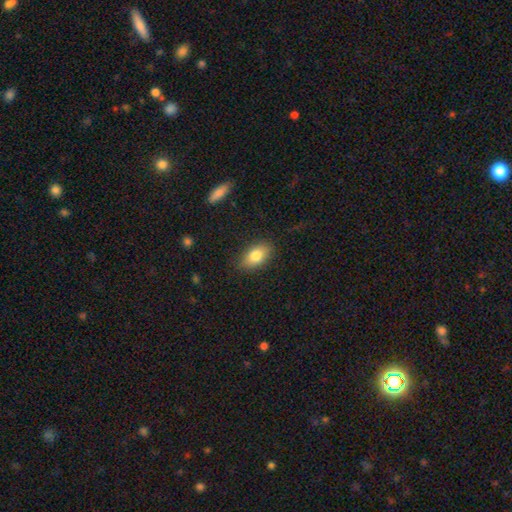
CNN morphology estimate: Smooth or featured?
  - smooth: 80% *
  - featured or disk: 12%
  - star or artifact: 8%
How rounded?
  - in between: 90% *
  - round: 7%
  - cigar-shaped: 4%
Merging?
  - none: 86% *
  - minor disturbance: 10%
  - major disturbance: 3%
  - merger: 1%